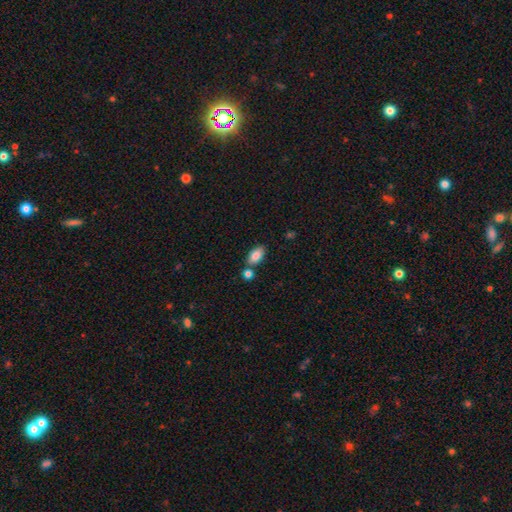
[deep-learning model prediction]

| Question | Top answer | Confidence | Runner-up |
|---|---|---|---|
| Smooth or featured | smooth | 85% | featured or disk (8%) |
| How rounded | in between | 91% | round (5%) |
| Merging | none | 70% | merger (16%) |